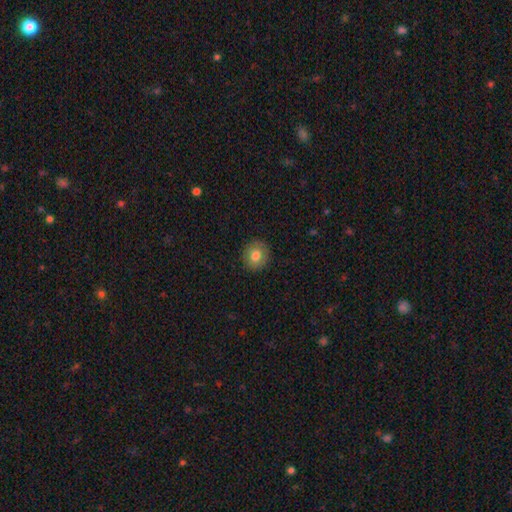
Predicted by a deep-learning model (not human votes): smooth_or_featured: smooth (p=0.78) [alt: featured or disk p=0.13]
how_rounded: round (p=0.85) [alt: in between p=0.14]
merging: none (p=0.90) [alt: minor disturbance p=0.07]